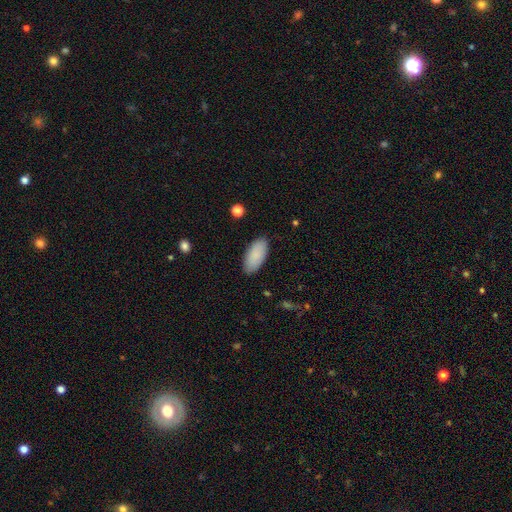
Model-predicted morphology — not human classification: smooth_or_featured: smooth (p=0.89) [alt: star or artifact p=0.06]
how_rounded: in between (p=0.92) [alt: cigar-shaped p=0.07]
merging: none (p=0.87) [alt: minor disturbance p=0.10]